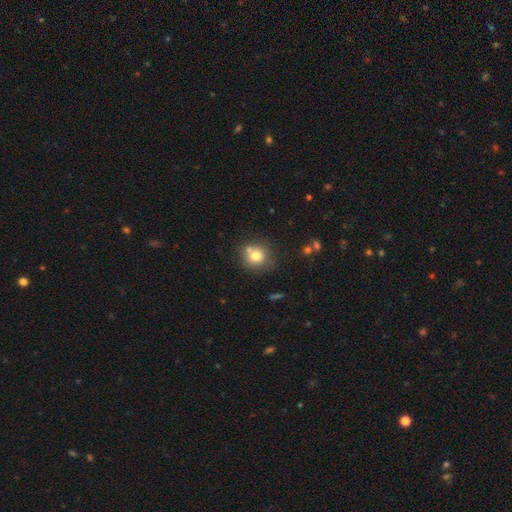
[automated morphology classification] smooth-or-featured: smooth: 74% | featured or disk: 14% | star or artifact: 11%
  how-rounded: round: 85% | in between: 14% | cigar-shaped: 1%
  merging: none: 62% | merger: 20% | minor disturbance: 14% | major disturbance: 4%